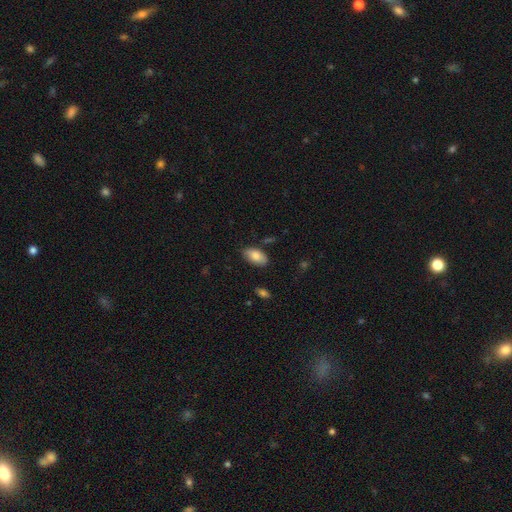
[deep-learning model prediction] Morphology: type=smooth (83%); roundness=in between (94%); merging=none (84%).